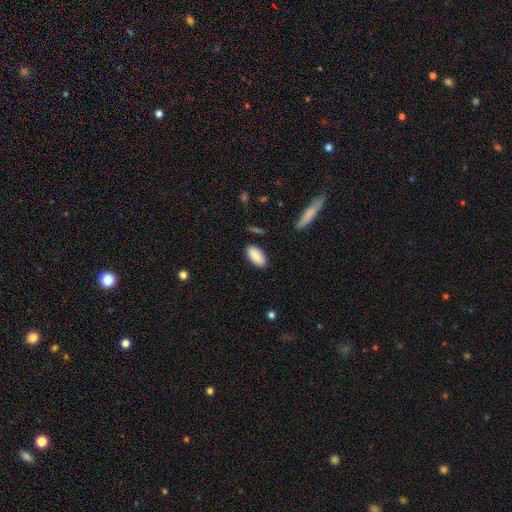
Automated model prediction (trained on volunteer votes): Overall: smooth (89%). How rounded: in between (93%). Merging: none (87%).